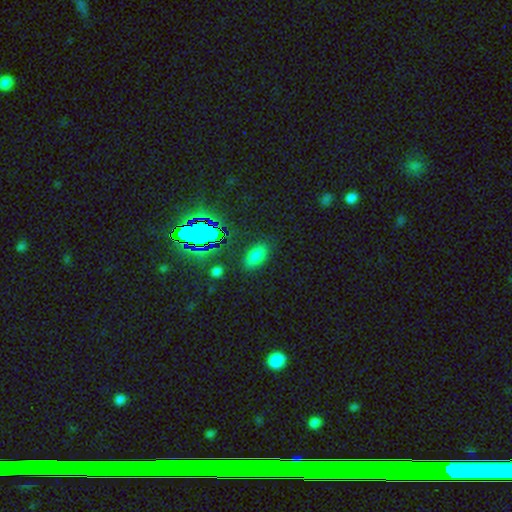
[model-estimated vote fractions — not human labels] A smooth galaxy with no disk features (74%) that is in between round and cigar-shaped (90%).

Vote fractions:
- Smooth or featured? smooth: 74% / star or artifact: 19% / featured or disk: 7%
- How rounded? in between: 90% / round: 5% / cigar-shaped: 4%
- Merging? none: 83% / minor disturbance: 11% / major disturbance: 4% / merger: 2%